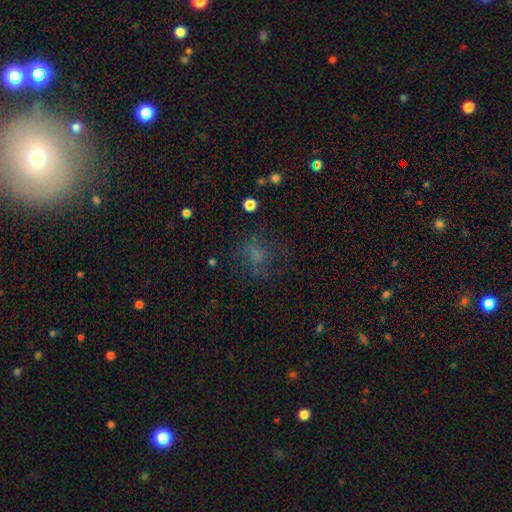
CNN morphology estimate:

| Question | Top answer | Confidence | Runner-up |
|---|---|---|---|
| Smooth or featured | smooth | 53% | star or artifact (24%) |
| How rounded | in between | 49% | round (48%) |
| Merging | none | 54% | major disturbance (25%) |